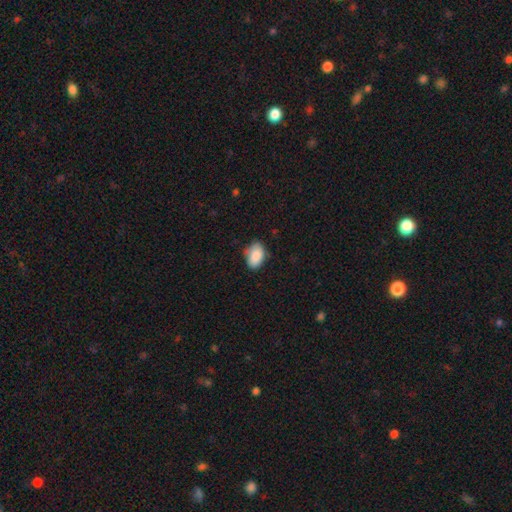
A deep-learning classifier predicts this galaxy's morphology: Smooth or featured?
  - smooth: 87% *
  - star or artifact: 7%
  - featured or disk: 6%
How rounded?
  - in between: 87% *
  - round: 12%
  - cigar-shaped: 1%
Merging?
  - none: 70% *
  - minor disturbance: 24%
  - major disturbance: 4%
  - merger: 2%